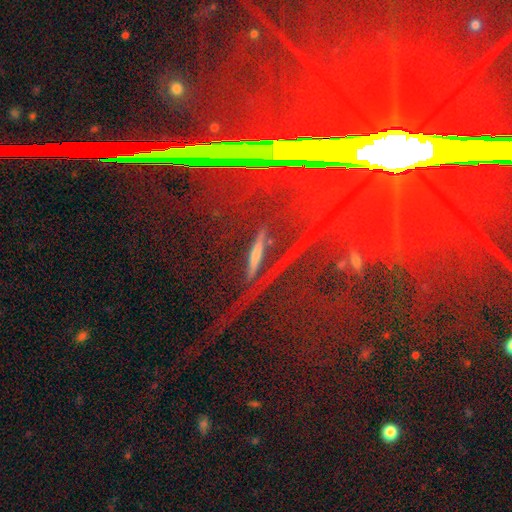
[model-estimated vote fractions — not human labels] Smooth or featured? Predicted: star or artifact (p=0.65).